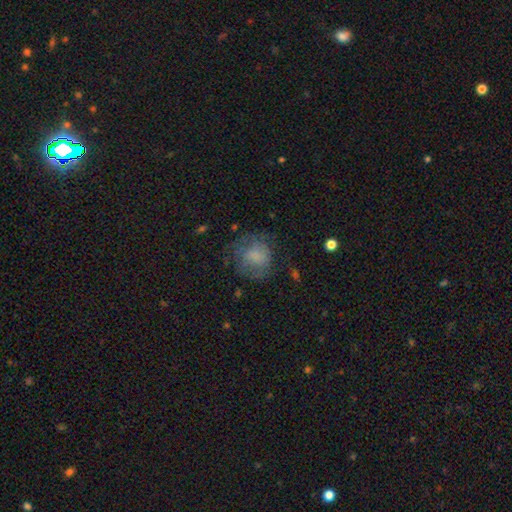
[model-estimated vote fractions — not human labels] smooth_or_featured: smooth (p=0.62) [alt: featured or disk p=0.28]
how_rounded: round (p=0.78) [alt: in between p=0.21]
merging: none (p=0.58) [alt: minor disturbance p=0.23]